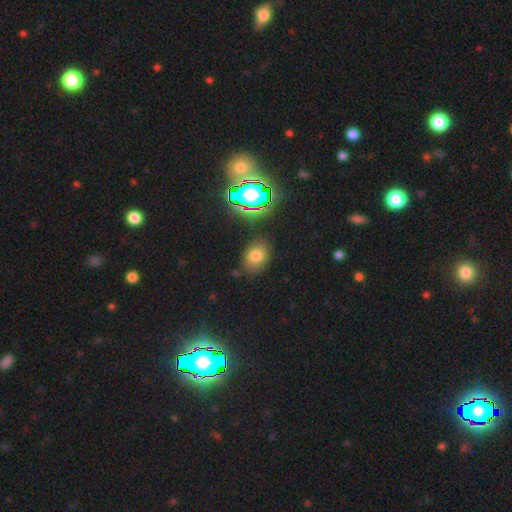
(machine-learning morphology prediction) This appears to be a smooth galaxy with no disk features (70%) that is in between round and cigar-shaped (57%). Merging: none (78%).